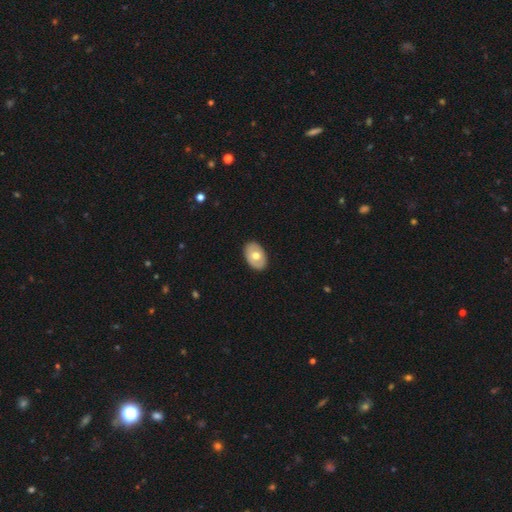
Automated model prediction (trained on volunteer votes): The model was most divided on "smooth or featured": smooth: 58%, featured or disk: 37%, star or artifact: 5%. More confident: merging — none (87%); how rounded — in between (84%).